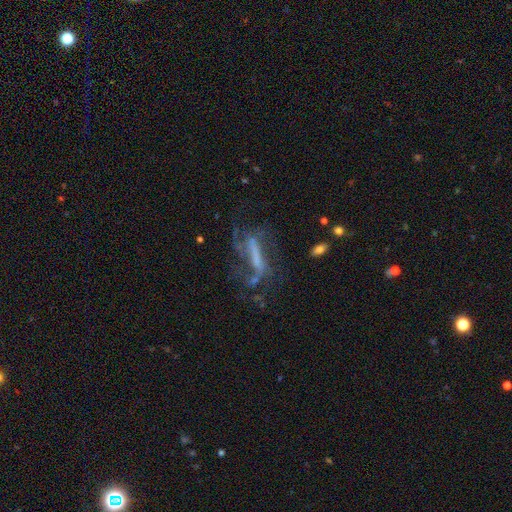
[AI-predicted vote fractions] The model was most divided on "merging": none: 44%, major disturbance: 33%, minor disturbance: 18%, merger: 6%. More confident: edge-on disk — no (73%); smooth or featured — featured or disk (63%).